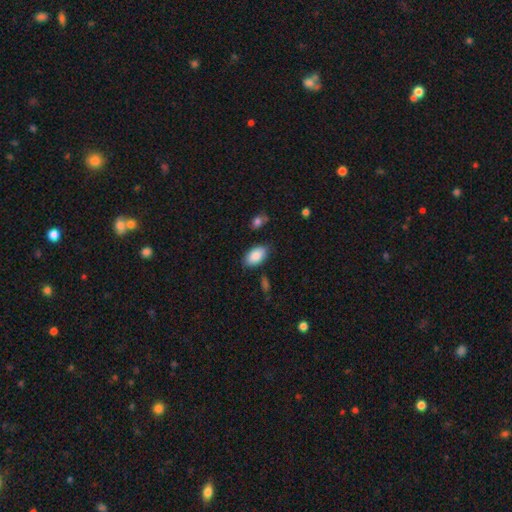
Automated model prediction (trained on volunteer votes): smooth-or-featured: smooth: 87% | star or artifact: 6% | featured or disk: 6%
  how-rounded: in between: 94% | round: 4% | cigar-shaped: 2%
  merging: none: 81% | minor disturbance: 14% | major disturbance: 3% | merger: 3%